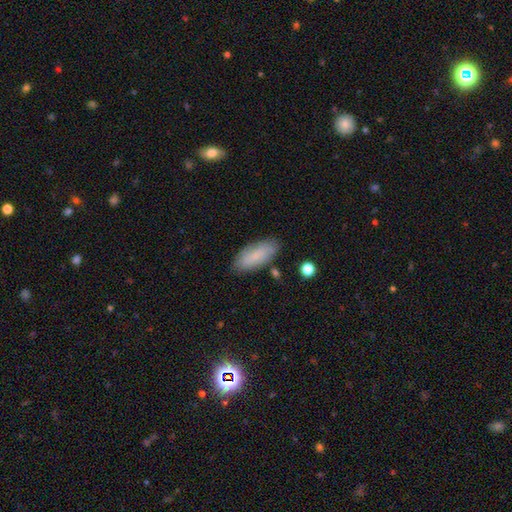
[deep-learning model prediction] smooth 75%, featured or disk 18%, star or artifact 7%. Down the decision tree: how rounded — in between (82%); merging — none (78%).